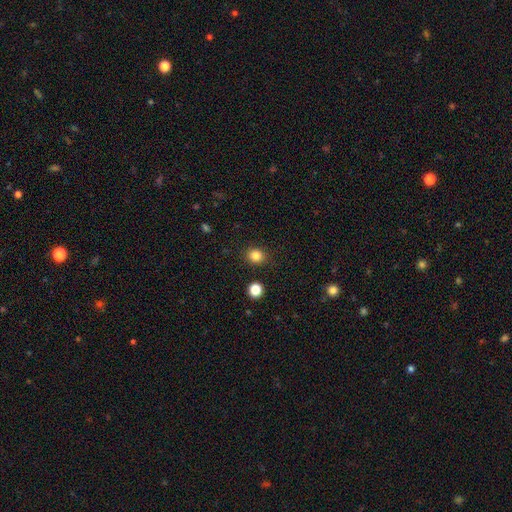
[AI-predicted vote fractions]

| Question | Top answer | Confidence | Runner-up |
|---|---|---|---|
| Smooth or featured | smooth | 83% | star or artifact (12%) |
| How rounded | round | 82% | in between (17%) |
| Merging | none | 89% | minor disturbance (7%) |